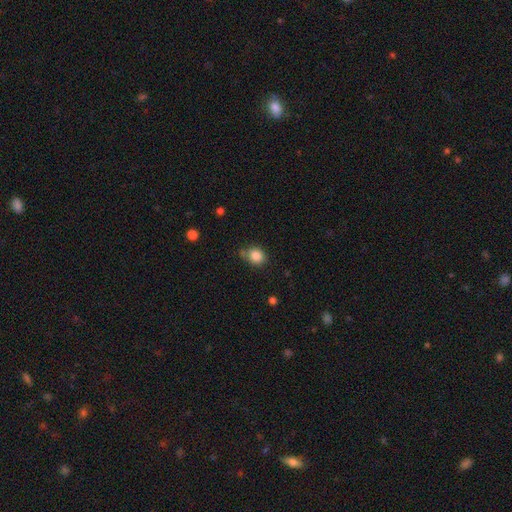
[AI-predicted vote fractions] This is clearly a smooth galaxy (85%). How rounded: likely round (71%). Merging: likely none (66%).